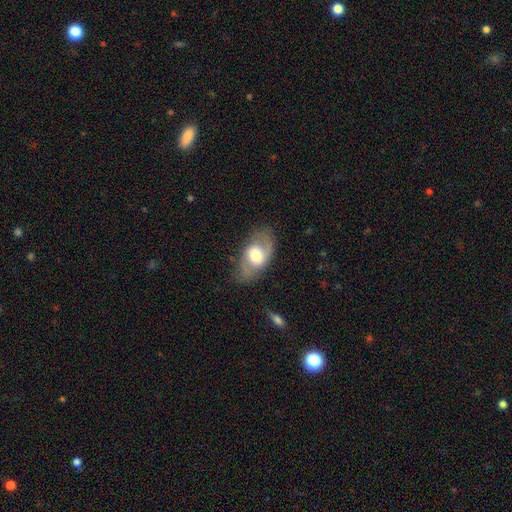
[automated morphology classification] featured or disk 52%, smooth 42%, star or artifact 7%. Down the decision tree: edge-on disk — no (91%); merging — none (69%).